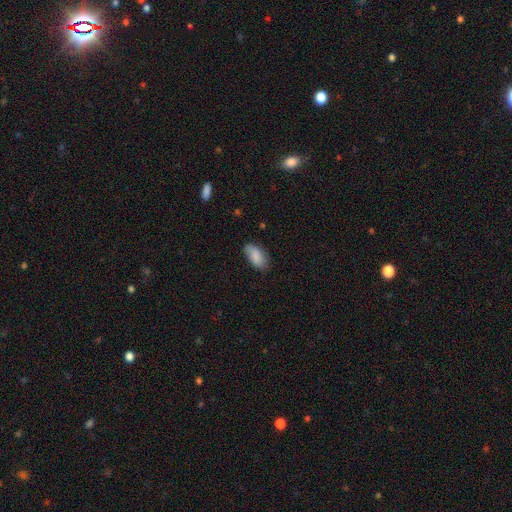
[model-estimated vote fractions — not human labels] Smooth or featured?
  - smooth: 84% *
  - featured or disk: 9%
  - star or artifact: 7%
How rounded?
  - in between: 93% *
  - cigar-shaped: 4%
  - round: 3%
Merging?
  - none: 73% *
  - minor disturbance: 22%
  - major disturbance: 4%
  - merger: 1%